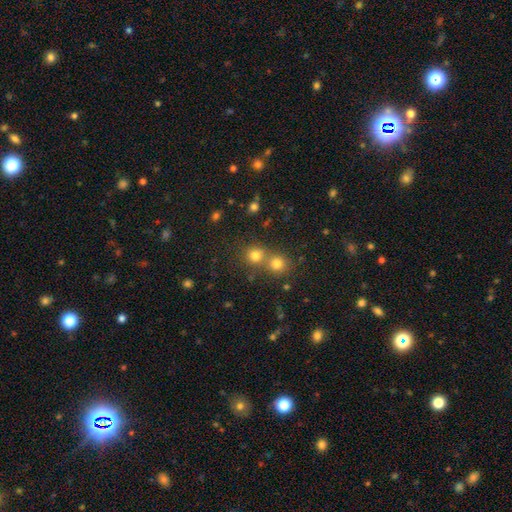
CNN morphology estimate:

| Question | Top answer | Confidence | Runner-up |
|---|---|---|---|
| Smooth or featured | smooth | 73% | star or artifact (20%) |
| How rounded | round | 87% | in between (12%) |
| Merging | none | 55% | merger (37%) |